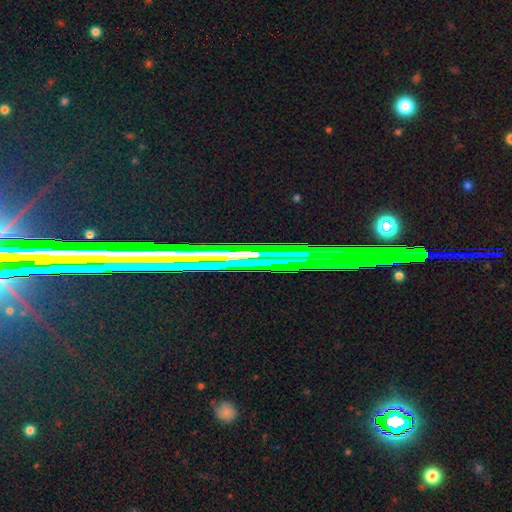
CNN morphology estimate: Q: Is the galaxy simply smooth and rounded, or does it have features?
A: star or artifact — 71%.